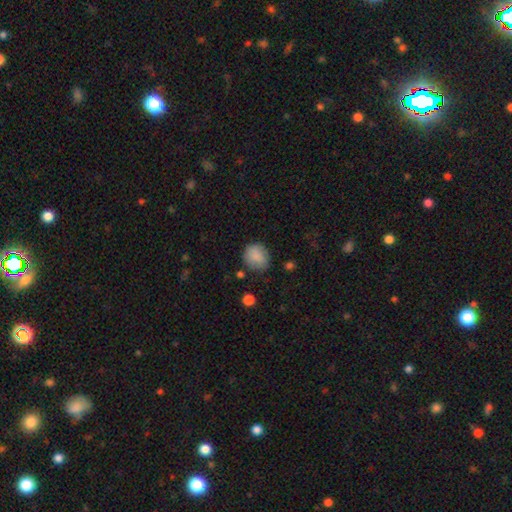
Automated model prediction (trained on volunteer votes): Morphology: type=smooth (86%); roundness=round (72%); merging=none (75%).